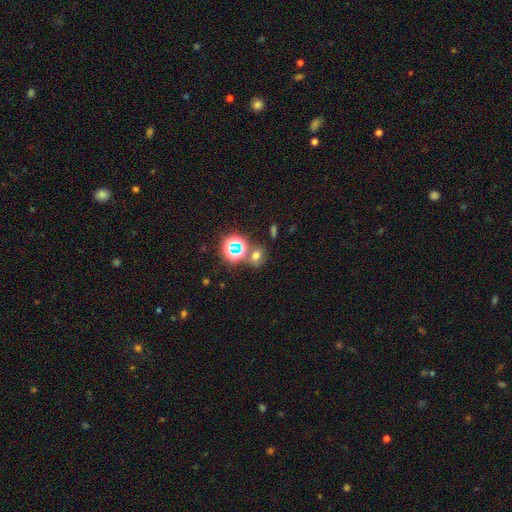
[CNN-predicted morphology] The model was most divided on "how rounded": round: 56%, in between: 42%, cigar-shaped: 1%. More confident: merging — none (67%); smooth or featured — smooth (56%).